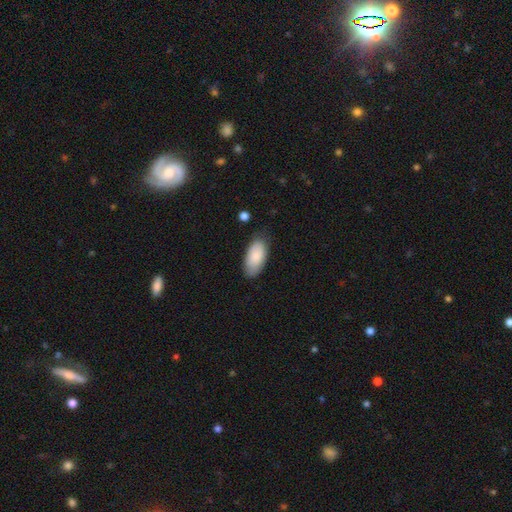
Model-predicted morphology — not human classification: smooth-or-featured: smooth: 85% | featured or disk: 9% | star or artifact: 6%
  how-rounded: in between: 94% | cigar-shaped: 4% | round: 2%
  merging: none: 77% | minor disturbance: 18% | major disturbance: 3% | merger: 2%